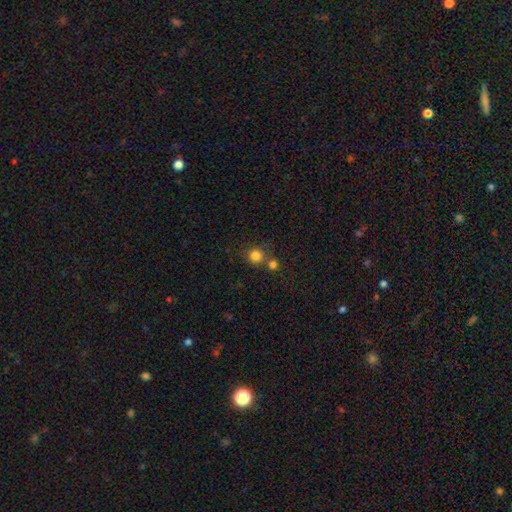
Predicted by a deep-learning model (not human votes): Morphology: type=smooth (81%); roundness=round (91%); merging=none (64%).